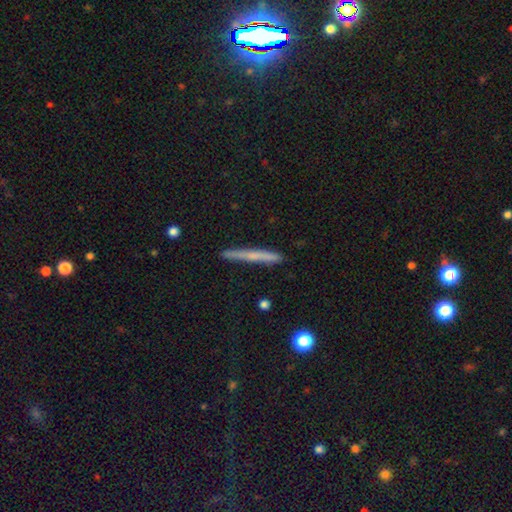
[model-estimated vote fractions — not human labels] smooth-or-featured: smooth: 51% | featured or disk: 41% | star or artifact: 8%
  how-rounded: cigar-shaped: 96% | in between: 2% | round: 2%
  merging: none: 87% | minor disturbance: 10% | major disturbance: 2% | merger: 2%